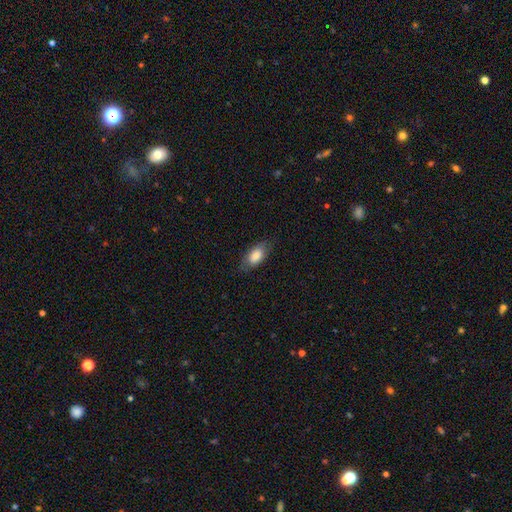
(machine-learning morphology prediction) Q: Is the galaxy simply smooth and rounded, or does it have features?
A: smooth — 81%.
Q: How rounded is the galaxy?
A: in between — 88%.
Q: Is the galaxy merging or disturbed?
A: none — 78%.